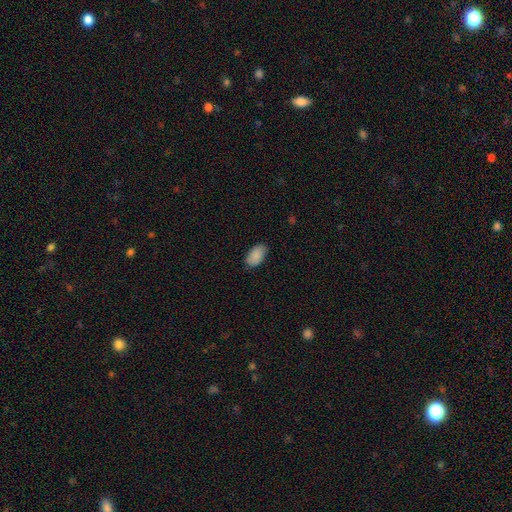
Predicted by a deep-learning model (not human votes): Smooth or featured? smooth (90%)
How rounded? in between (95%)
Merging? none (83%)